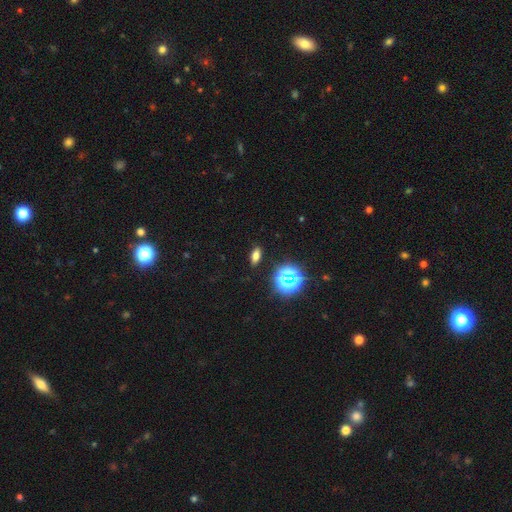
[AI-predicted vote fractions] This appears to be a smooth galaxy with no disk features (63%) that is in between round and cigar-shaped (74%). Merging: none (88%).